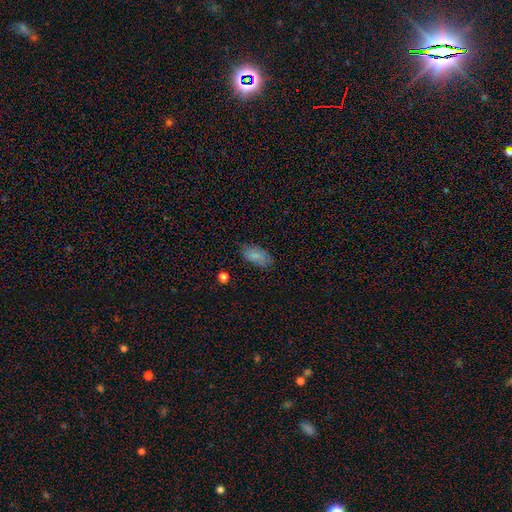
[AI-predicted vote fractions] smooth-or-featured: smooth: 78% | featured or disk: 12% | star or artifact: 10%
  how-rounded: in between: 93% | cigar-shaped: 4% | round: 3%
  merging: none: 78% | minor disturbance: 17% | major disturbance: 4% | merger: 1%